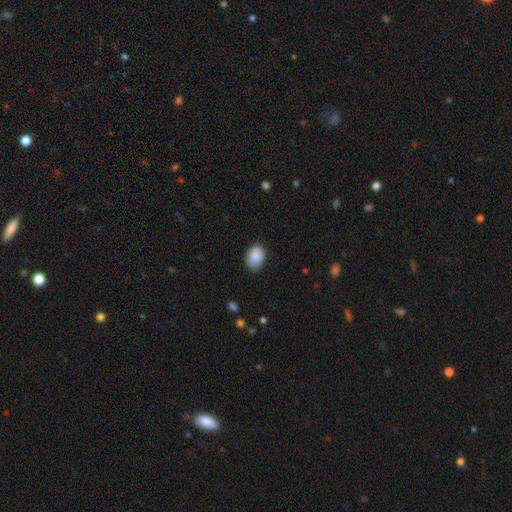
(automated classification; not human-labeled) smooth-or-featured: smooth: 88% | star or artifact: 7% | featured or disk: 4%
  how-rounded: in between: 72% | round: 27% | cigar-shaped: 1%
  merging: none: 73% | minor disturbance: 23% | major disturbance: 4% | merger: 1%